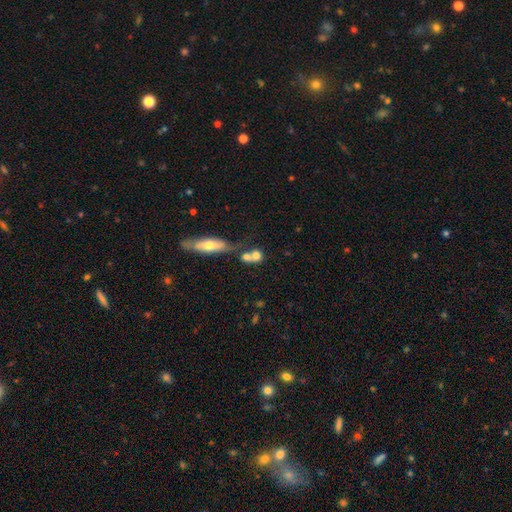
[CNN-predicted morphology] type=smooth (72%); roundness=round (58%); merging=merger (55%).